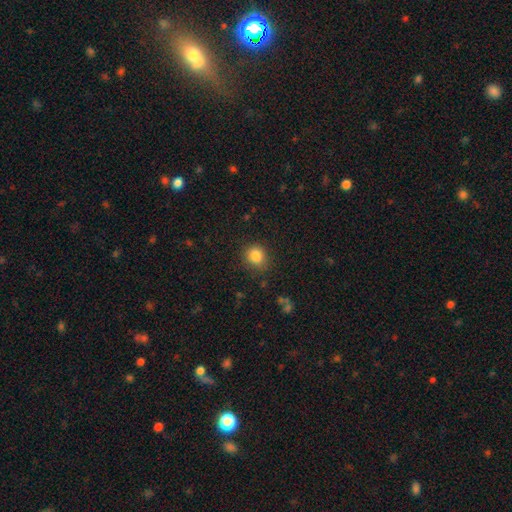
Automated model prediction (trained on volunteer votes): smooth-or-featured: smooth: 84% | star or artifact: 11% | featured or disk: 5%
  how-rounded: round: 81% | in between: 18% | cigar-shaped: 1%
  merging: none: 84% | minor disturbance: 12% | major disturbance: 3% | merger: 1%